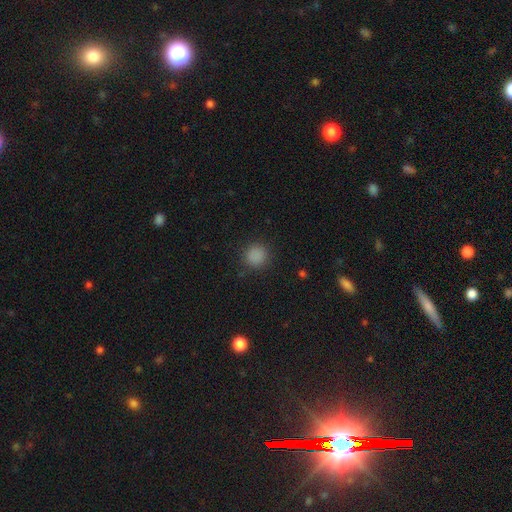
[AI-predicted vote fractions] Smooth or featured: smooth — 85% (star or artifact — 12%)
How rounded: round — 91% (in between — 8%)
Merging: none — 88% (minor disturbance — 8%)